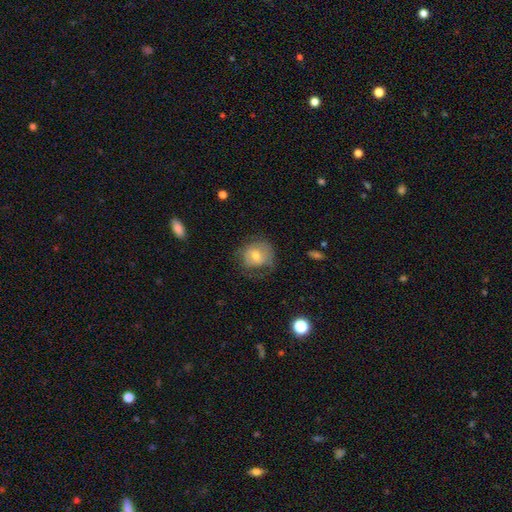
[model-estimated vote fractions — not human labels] Smooth or featured: smooth — 54% (featured or disk — 39%)
How rounded: round — 75% (in between — 24%)
Merging: none — 54% (minor disturbance — 24%)